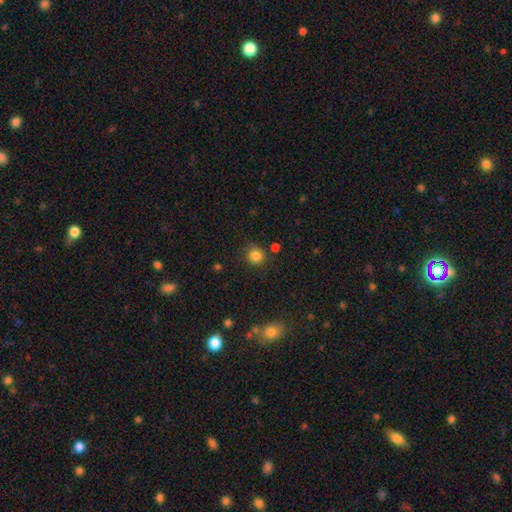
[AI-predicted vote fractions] Smooth or featured? Predicted: smooth (p=0.83). How rounded? Predicted: round (p=0.89). Merging? Predicted: none (p=0.82).